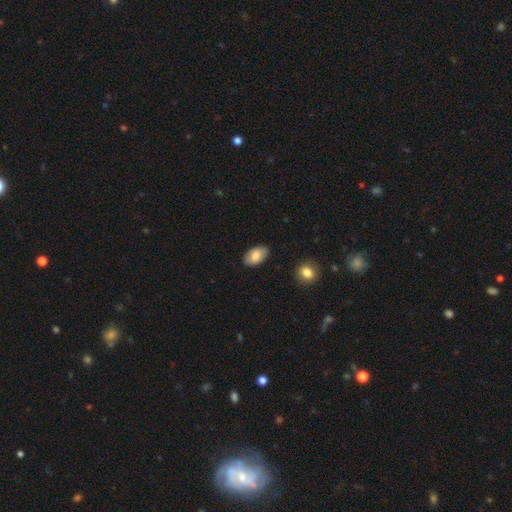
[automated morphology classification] Smooth or featured? Predicted: smooth (p=0.82). How rounded? Predicted: in between (p=0.94). Merging? Predicted: none (p=0.84).